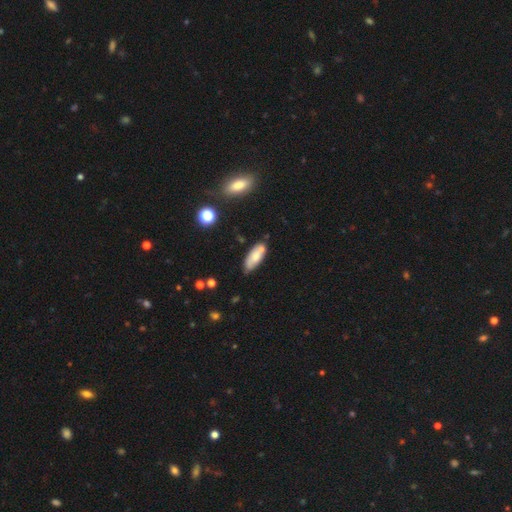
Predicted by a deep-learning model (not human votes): The model was most divided on "smooth or featured": smooth: 68%, featured or disk: 24%, star or artifact: 8%. More confident: how rounded — in between (73%); merging — none (64%).